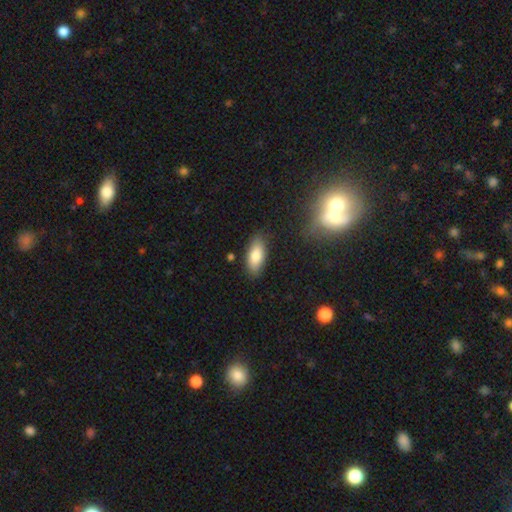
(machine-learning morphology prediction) Smooth or featured: smooth — 82% (featured or disk — 11%)
How rounded: in between — 85% (cigar-shaped — 13%)
Merging: none — 84% (minor disturbance — 12%)